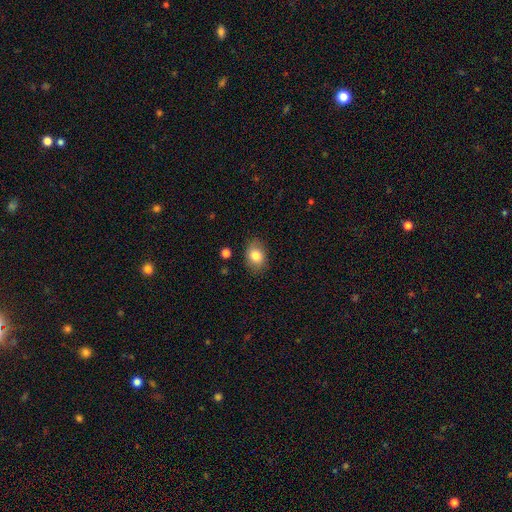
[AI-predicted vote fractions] Smooth or featured?
  - smooth: 83% *
  - featured or disk: 9%
  - star or artifact: 9%
How rounded?
  - in between: 65% *
  - round: 34%
  - cigar-shaped: 1%
Merging?
  - none: 84% *
  - minor disturbance: 11%
  - major disturbance: 3%
  - merger: 2%